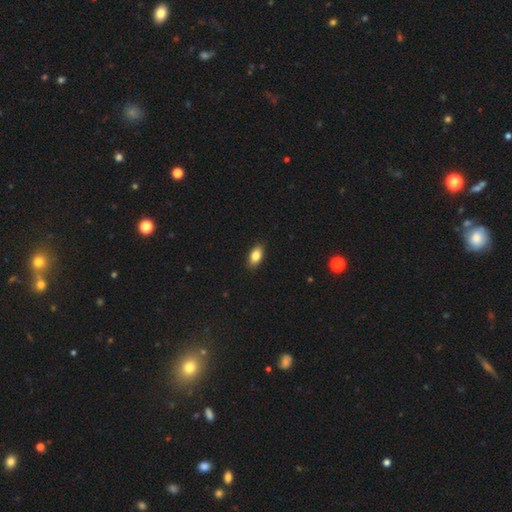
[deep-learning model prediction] Overall: smooth (83%). How rounded: in between (89%). Merging: none (89%).